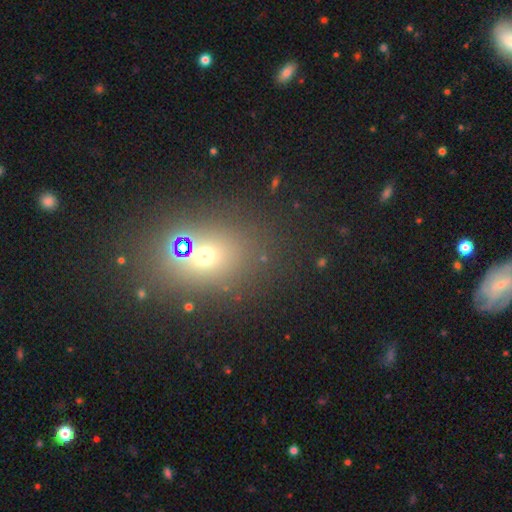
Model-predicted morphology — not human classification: Smooth or featured: smooth — 53% (star or artifact — 32%)
How rounded: in between — 50% (round — 49%)
Merging: none — 66% (merger — 20%)